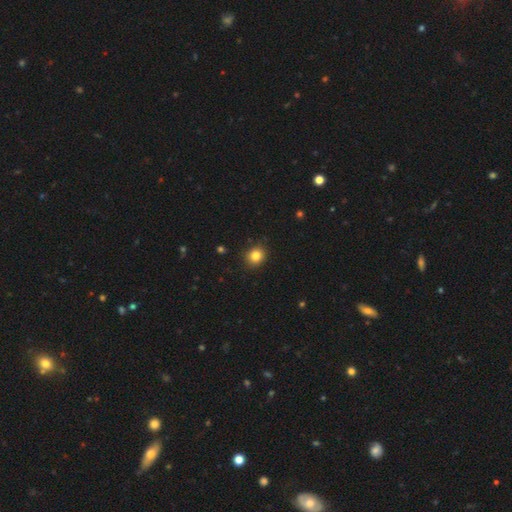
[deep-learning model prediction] Q: Smooth or featured?
A: smooth (83%); runner-up: star or artifact (11%)
Q: How rounded?
A: round (76%); runner-up: in between (23%)
Q: Merging?
A: none (88%); runner-up: minor disturbance (9%)